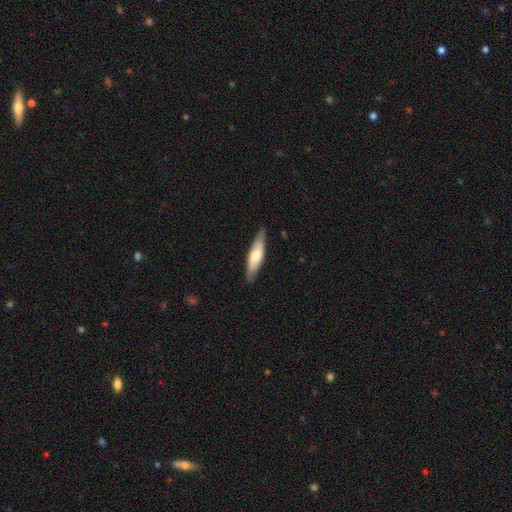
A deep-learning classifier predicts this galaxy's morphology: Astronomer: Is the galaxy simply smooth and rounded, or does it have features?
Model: smooth — 60% (runner-up: featured or disk, 35%).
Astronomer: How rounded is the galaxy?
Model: cigar-shaped — 66%.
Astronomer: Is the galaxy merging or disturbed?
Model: none — 84%.